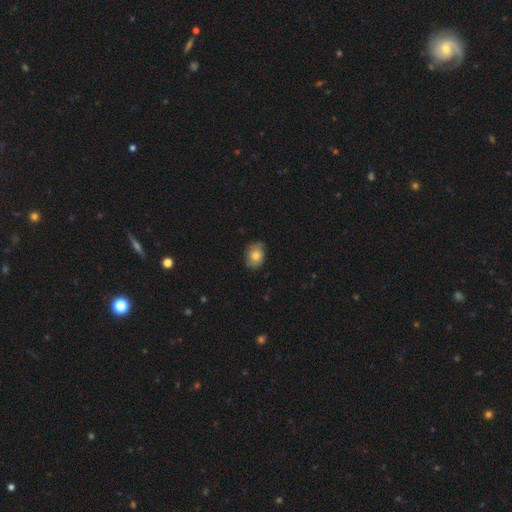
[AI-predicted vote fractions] smooth 73%, featured or disk 18%, star or artifact 9%. Down the decision tree: how rounded — in between (60%); merging — none (74%).